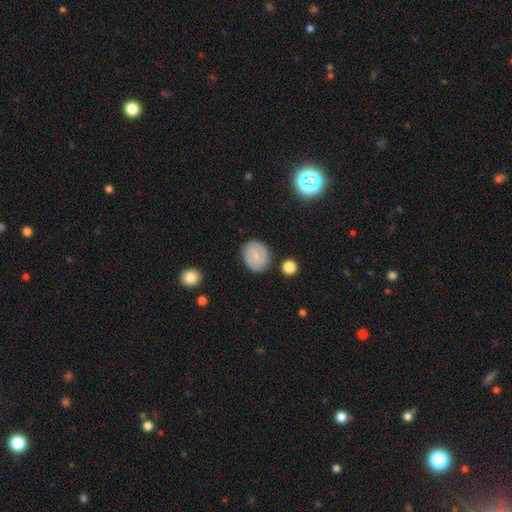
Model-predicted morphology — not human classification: This is possibly a smooth galaxy (50%). Merging: clearly none (85%).